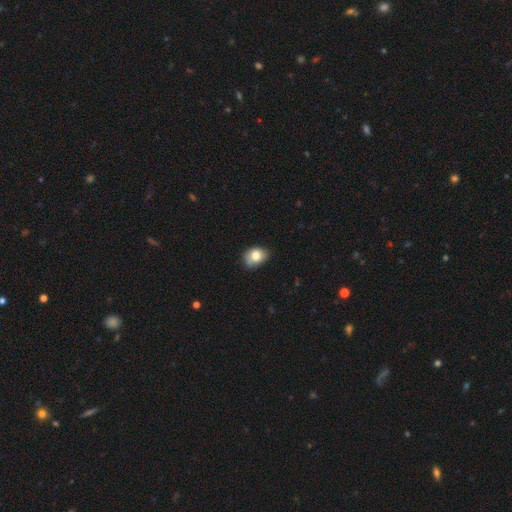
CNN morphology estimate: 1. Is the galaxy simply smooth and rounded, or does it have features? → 80% smooth, 11% featured or disk, 9% star or artifact.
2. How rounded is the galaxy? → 64% in between, 35% round, 1% cigar-shaped.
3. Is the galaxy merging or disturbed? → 64% none, 29% minor disturbance, 5% major disturbance, 2% merger.